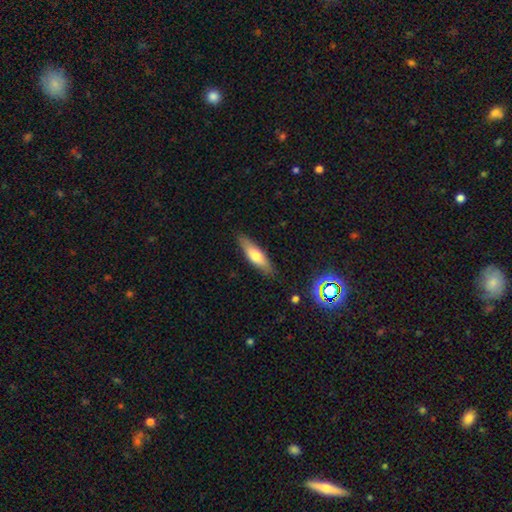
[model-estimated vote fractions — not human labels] Q: Smooth or featured?
A: smooth (63%); runner-up: featured or disk (31%)
Q: How rounded?
A: cigar-shaped (57%); runner-up: in between (41%)
Q: Merging?
A: none (86%); runner-up: minor disturbance (11%)